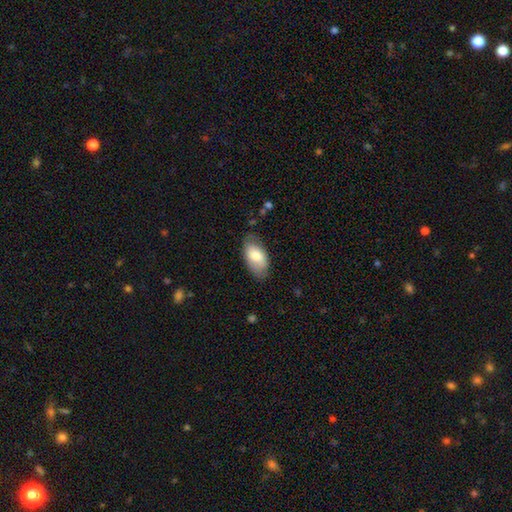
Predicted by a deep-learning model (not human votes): Smooth or featured: smooth — 74% (featured or disk — 20%)
How rounded: in between — 95% (round — 4%)
Merging: none — 72% (minor disturbance — 22%)